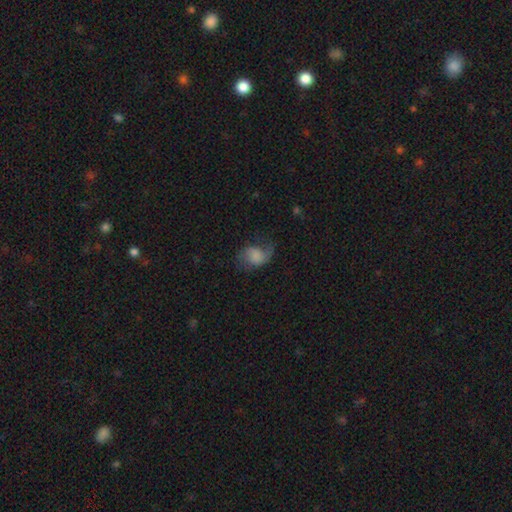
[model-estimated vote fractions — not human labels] Overall: smooth (47%; featured or disk 44%). Merging: none (46%; major disturbance 26%).